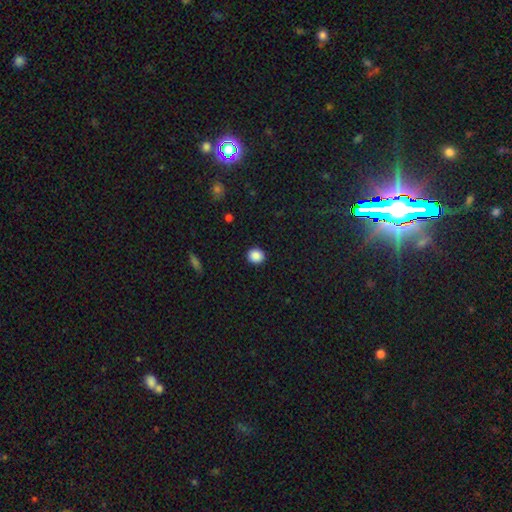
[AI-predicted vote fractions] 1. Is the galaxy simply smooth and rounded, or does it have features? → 88% smooth, 9% star or artifact, 3% featured or disk.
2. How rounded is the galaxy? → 88% round, 11% in between, 1% cigar-shaped.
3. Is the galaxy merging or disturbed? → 92% none, 5% minor disturbance, 2% major disturbance, 1% merger.